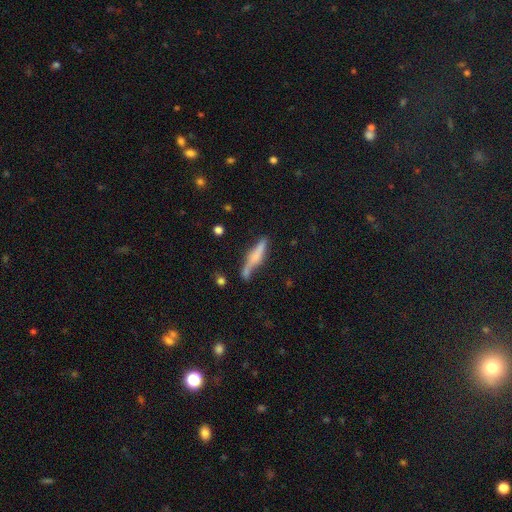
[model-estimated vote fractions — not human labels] Smooth or featured?
  - smooth: 48% *
  - featured or disk: 45%
  - star or artifact: 8%
Merging?
  - none: 63% *
  - minor disturbance: 20%
  - merger: 11%
  - major disturbance: 7%